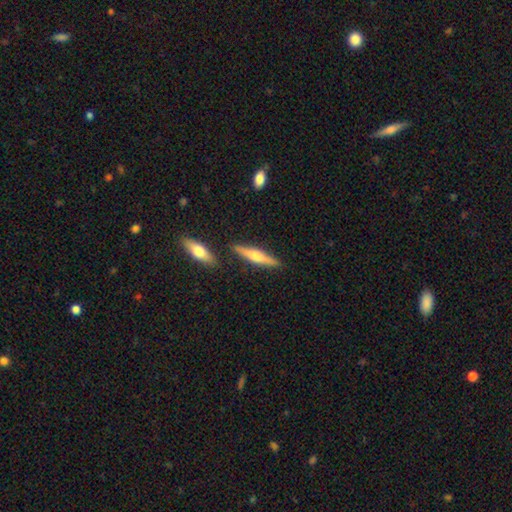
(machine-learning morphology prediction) Q: Smooth or featured?
A: featured or disk (58%); runner-up: smooth (36%)
Q: Edge-on disk?
A: yes (96%); runner-up: no (4%)
Q: Edge-on bulge?
A: rounded (91%); runner-up: boxy (5%)
Q: Merging?
A: none (85%); runner-up: minor disturbance (8%)